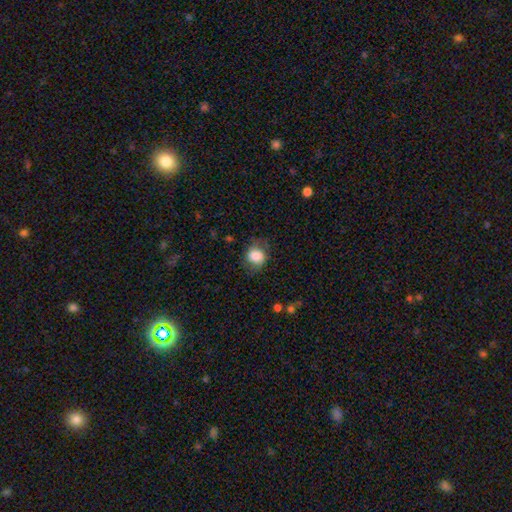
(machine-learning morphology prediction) Smooth or featured: smooth — 80% (featured or disk — 12%)
How rounded: round — 68% (in between — 31%)
Merging: none — 67% (minor disturbance — 22%)